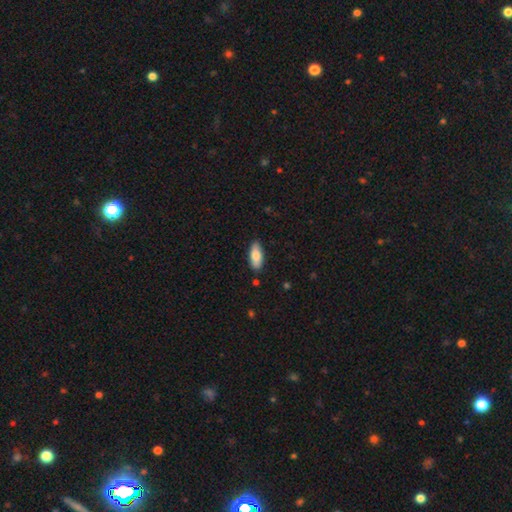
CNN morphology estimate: This is clearly a smooth galaxy (81%). How rounded: likely in between (79%). Merging: clearly none (86%).